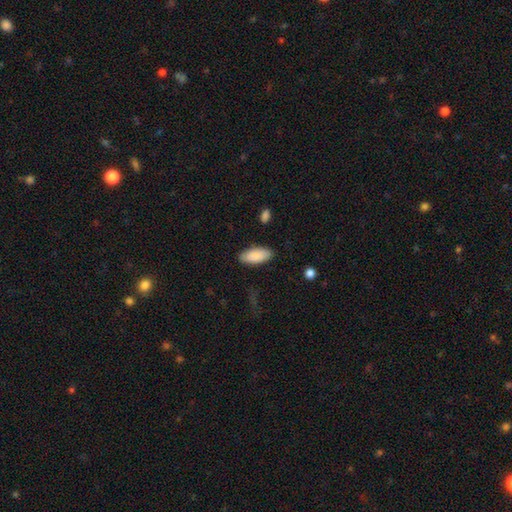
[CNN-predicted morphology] smooth-or-featured: smooth: 88% | featured or disk: 6% | star or artifact: 6%
  how-rounded: in between: 87% | cigar-shaped: 11% | round: 2%
  merging: none: 86% | minor disturbance: 10% | major disturbance: 2% | merger: 1%